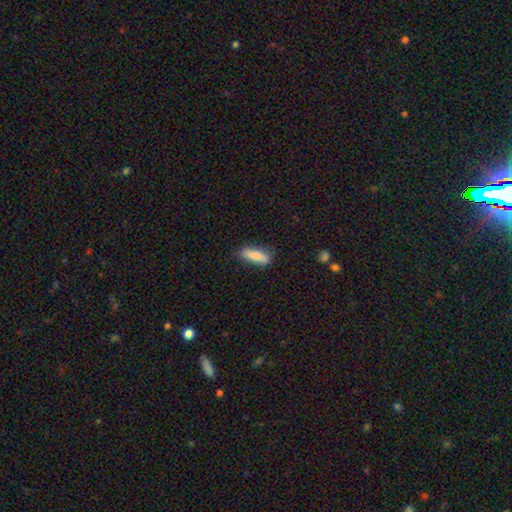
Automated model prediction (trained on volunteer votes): Morphology: type=smooth (82%); roundness=in between (49%, tied with cigar-shaped); merging=none (76%).